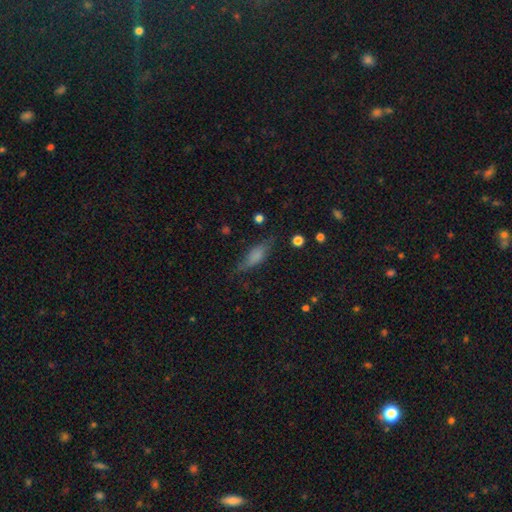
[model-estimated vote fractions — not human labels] smooth 65%, featured or disk 25%, star or artifact 10%. Down the decision tree: how rounded — in between (56%); merging — none (69%).